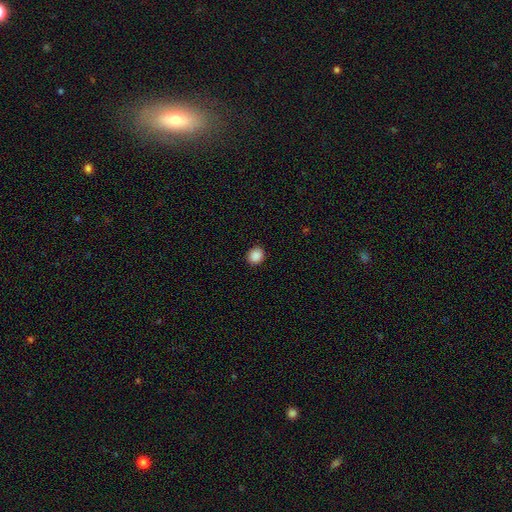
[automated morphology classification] Q: Smooth or featured?
A: smooth (89%); runner-up: star or artifact (9%)
Q: How rounded?
A: round (73%); runner-up: in between (26%)
Q: Merging?
A: none (91%); runner-up: minor disturbance (6%)